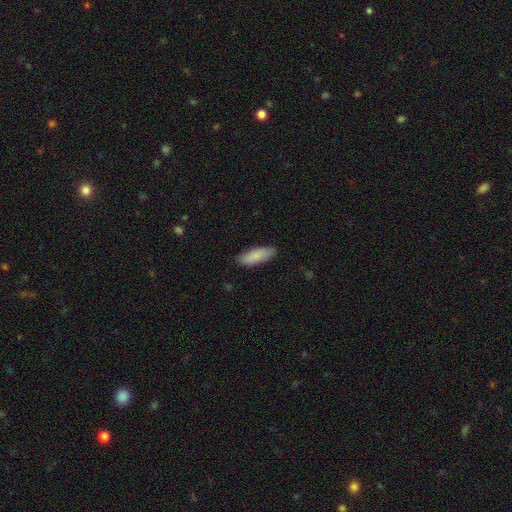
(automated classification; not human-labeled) smooth 86%, featured or disk 8%, star or artifact 6%. Down the decision tree: how rounded — in between (65%); merging — none (86%).